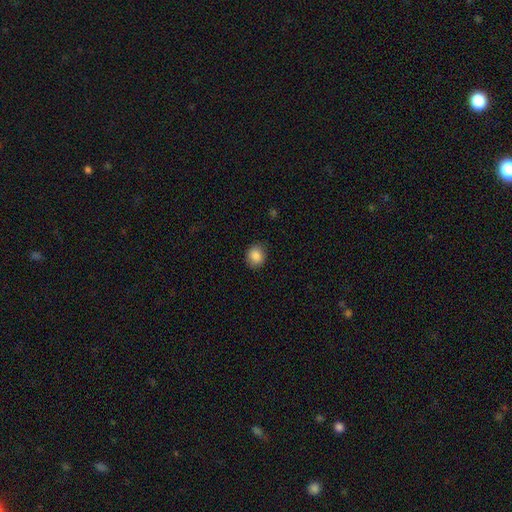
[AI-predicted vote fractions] Smooth or featured?
  - smooth: 87% *
  - star or artifact: 9%
  - featured or disk: 4%
How rounded?
  - round: 68% *
  - in between: 31%
  - cigar-shaped: 1%
Merging?
  - none: 86% *
  - minor disturbance: 11%
  - major disturbance: 3%
  - merger: 1%